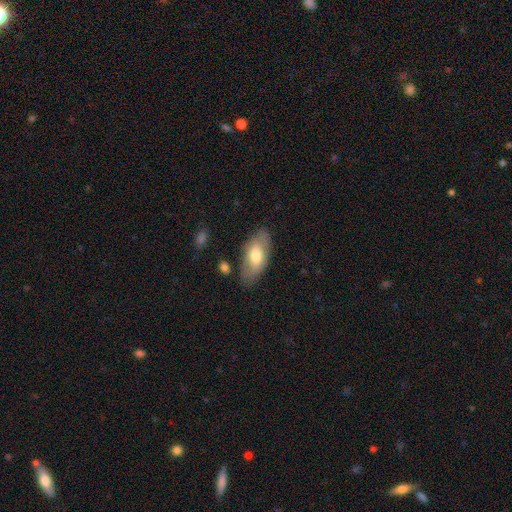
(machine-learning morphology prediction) Smooth or featured? smooth (68%)
How rounded? in between (90%)
Merging? none (77%)